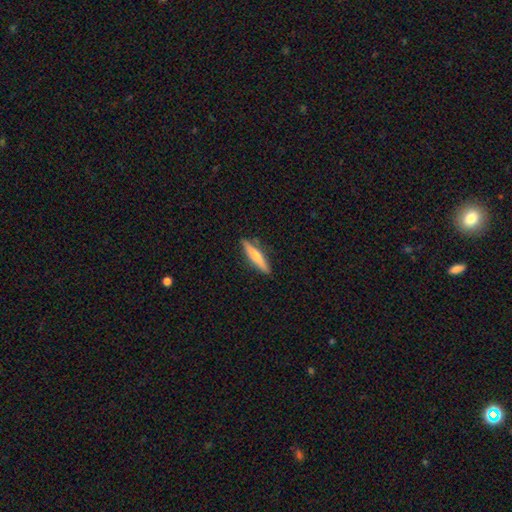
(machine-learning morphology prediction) This appears to be a smooth galaxy with no disk features (49%). Merging: none (88%).